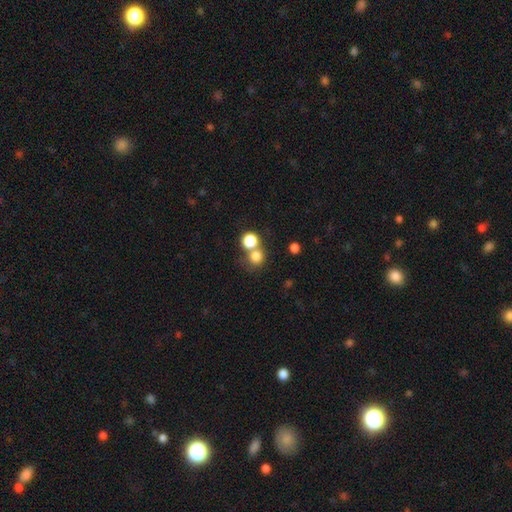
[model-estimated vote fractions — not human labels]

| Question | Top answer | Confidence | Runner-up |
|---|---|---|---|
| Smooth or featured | smooth | 77% | star or artifact (14%) |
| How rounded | round | 87% | in between (12%) |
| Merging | none | 52% | merger (37%) |